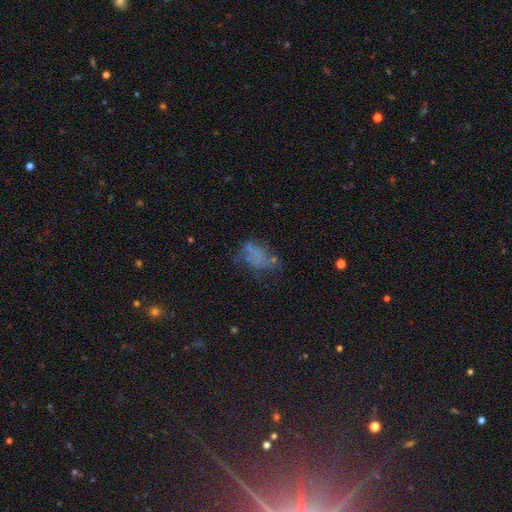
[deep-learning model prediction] This is marginally a smooth galaxy (44%). Merging: marginally none (40%).